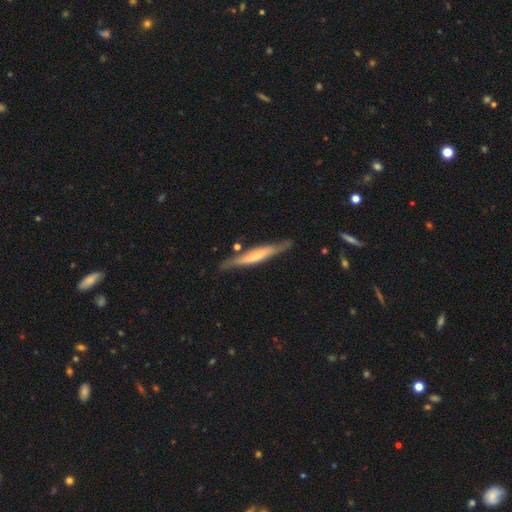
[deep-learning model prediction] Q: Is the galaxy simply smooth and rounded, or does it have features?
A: featured or disk — 55%.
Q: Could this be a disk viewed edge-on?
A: yes — 89%.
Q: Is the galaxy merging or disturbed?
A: none — 78%.